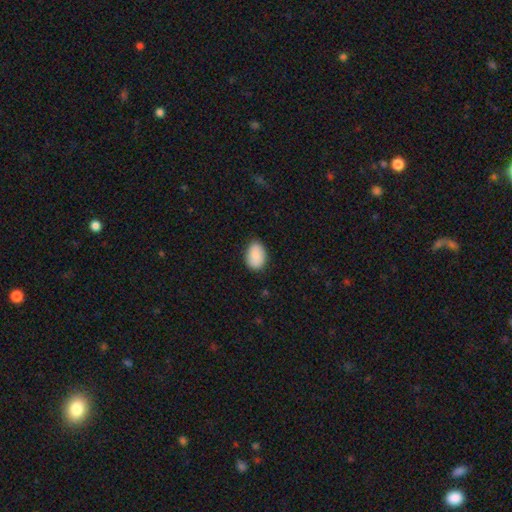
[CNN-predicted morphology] smooth 86%, featured or disk 7%, star or artifact 7%. Down the decision tree: how rounded — in between (85%); merging — none (83%).